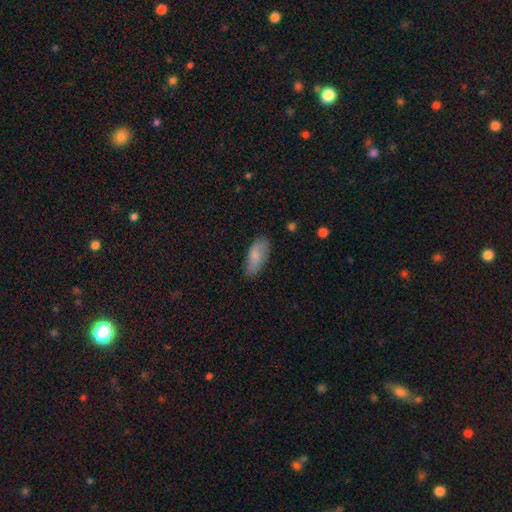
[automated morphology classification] Smooth or featured?
  - smooth: 80% *
  - featured or disk: 14%
  - star or artifact: 6%
How rounded?
  - in between: 84% *
  - cigar-shaped: 14%
  - round: 2%
Merging?
  - none: 74% *
  - minor disturbance: 21%
  - major disturbance: 4%
  - merger: 1%